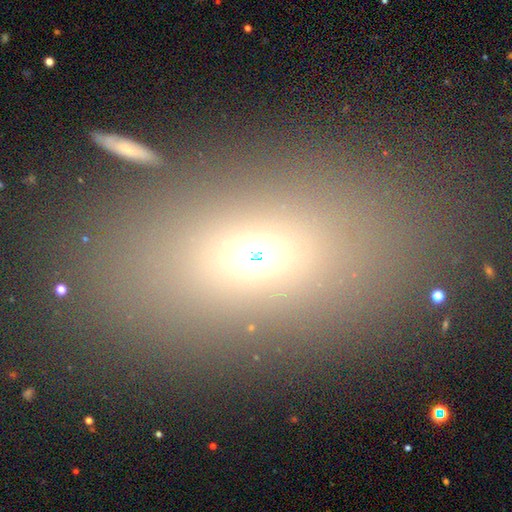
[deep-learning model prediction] smooth_or_featured: smooth (p=0.63) [alt: star or artifact p=0.21]
how_rounded: in between (p=0.79) [alt: round p=0.16]
merging: none (p=0.72) [alt: minor disturbance p=0.11]